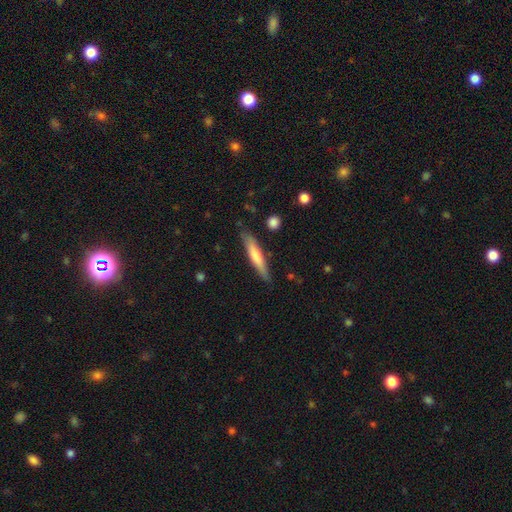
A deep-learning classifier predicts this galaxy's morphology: The model was most divided on "smooth or featured": smooth: 64%, featured or disk: 30%, star or artifact: 6%. More confident: how rounded — cigar-shaped (89%); merging — none (81%).